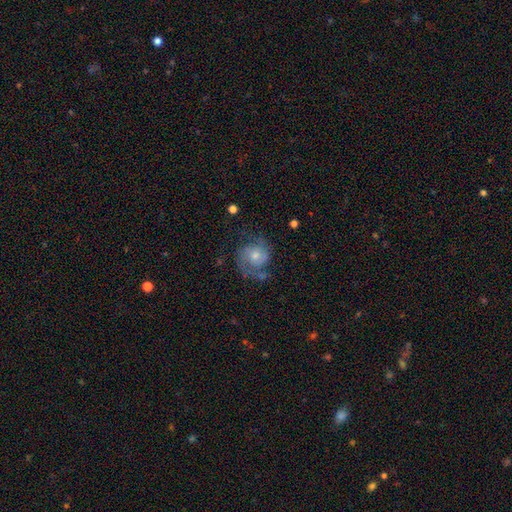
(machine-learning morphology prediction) This is likely a featured or disk galaxy (73%). It is clearly not viewed edge-on (98%). Bar: likely no (71%). Spiral arm pattern: clearly yes (92%). Spiral arm count: likely 2 (73%). Spiral winding: possibly medium (46%). Central bulge: possibly moderate (53%). Merging: possibly none (58%).